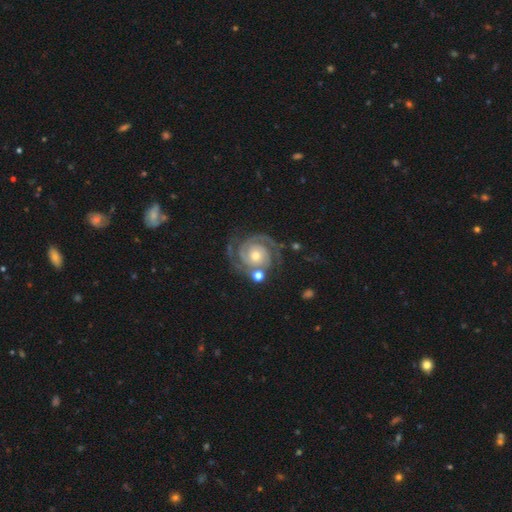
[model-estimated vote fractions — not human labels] Q: Smooth or featured?
A: featured or disk (92%); runner-up: star or artifact (5%)
Q: Edge-on disk?
A: no (98%); runner-up: yes (2%)
Q: Bar?
A: no (76%); runner-up: weak (17%)
Q: Spiral arms?
A: yes (98%); runner-up: no (2%)
Q: Spiral winding?
A: tight (75%); runner-up: medium (22%)
Q: Spiral arm count?
A: 2 (83%); runner-up: 3 (8%)
Q: Bulge size?
A: moderate (54%); runner-up: small (41%)
Q: Merging?
A: none (74%); runner-up: minor disturbance (14%)